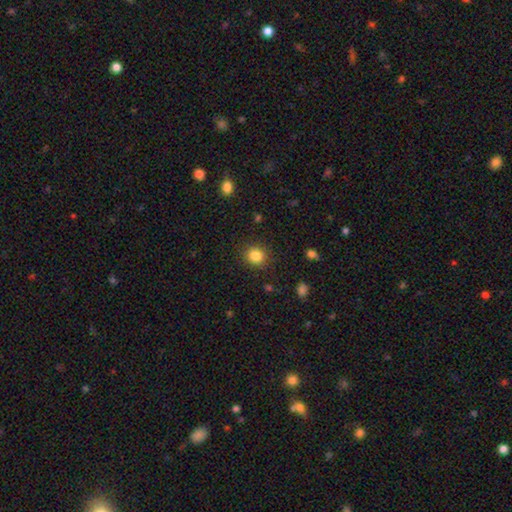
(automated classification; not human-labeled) smooth 84%, star or artifact 11%, featured or disk 5%. Down the decision tree: how rounded — round (84%); merging — none (89%).